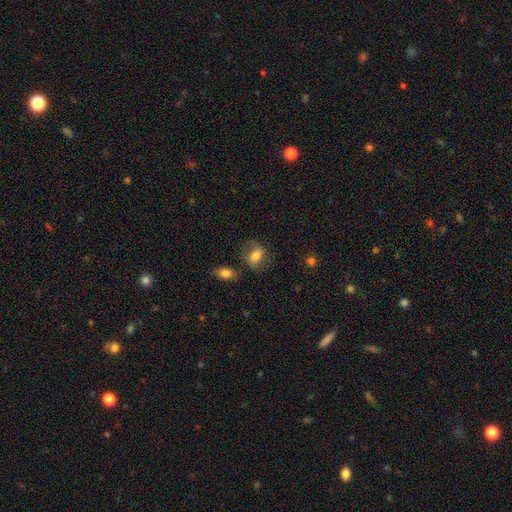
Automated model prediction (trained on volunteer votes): smooth-or-featured: smooth: 68% | featured or disk: 24% | star or artifact: 9%
  how-rounded: in between: 63% | round: 35% | cigar-shaped: 2%
  merging: none: 64% | minor disturbance: 20% | major disturbance: 10% | merger: 6%